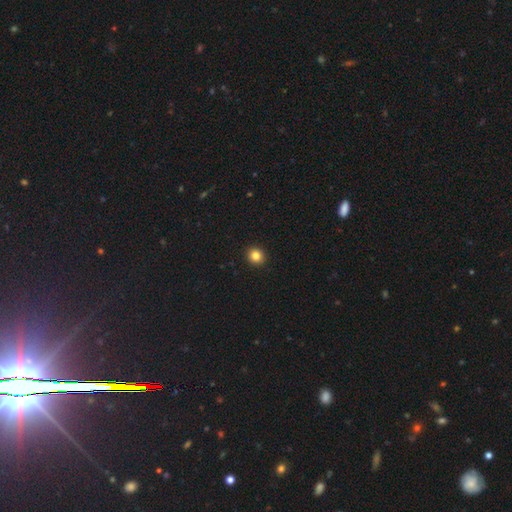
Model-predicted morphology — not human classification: A smooth galaxy with no disk features (84%) that is round (86%). Merging: none (93%).